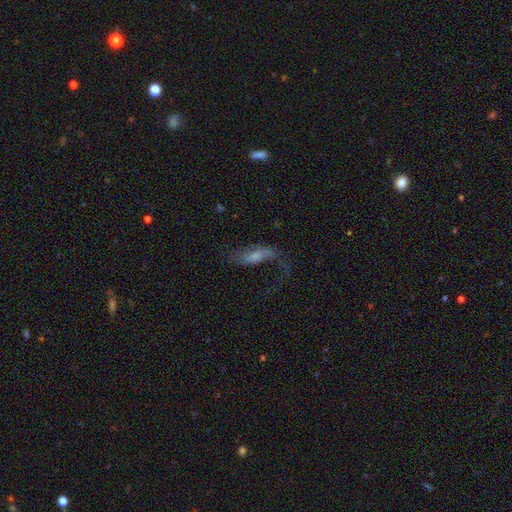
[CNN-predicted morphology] A featured or disk galaxy (62%) with no bar (45%), spiral arms (82%) and a moderate central bulge (40%). Merging: none (40%).